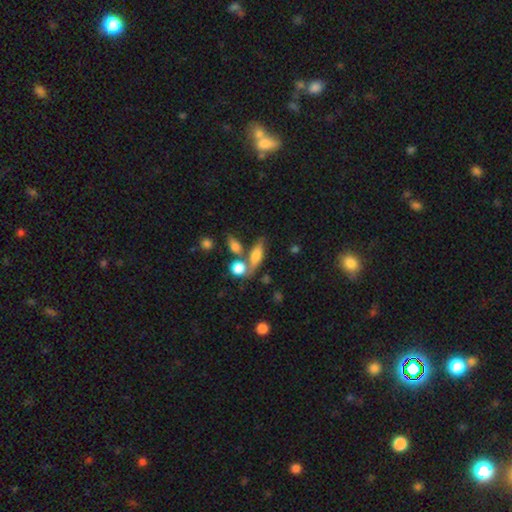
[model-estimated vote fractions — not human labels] smooth_or_featured: smooth (p=0.63) [alt: featured or disk p=0.28]
how_rounded: in between (p=0.54) [alt: cigar-shaped p=0.34]
merging: none (p=0.52) [alt: merger p=0.28]